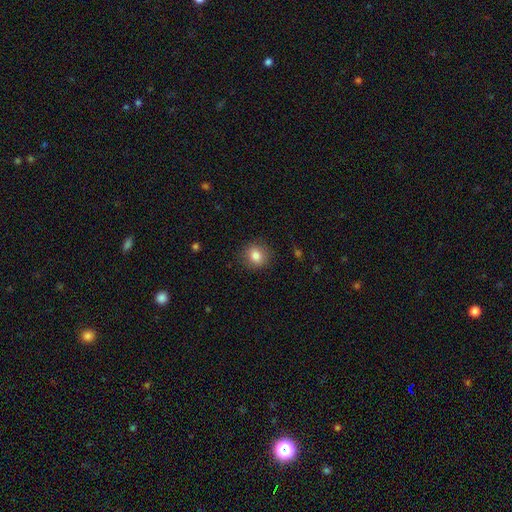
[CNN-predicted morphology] type=smooth (83%); roundness=round (77%); merging=none (88%).